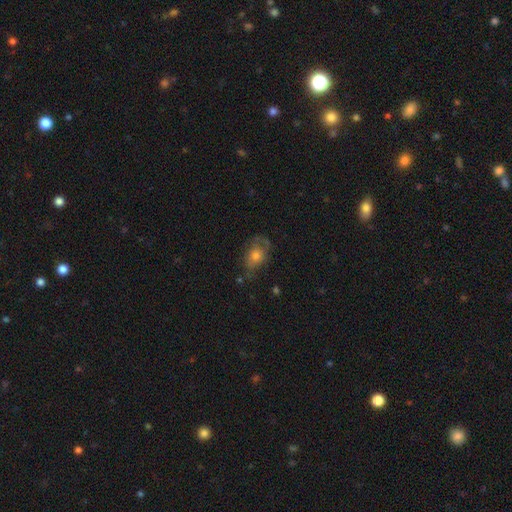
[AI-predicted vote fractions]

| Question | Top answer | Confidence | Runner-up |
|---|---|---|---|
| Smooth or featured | smooth | 55% | featured or disk (35%) |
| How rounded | in between | 72% | round (26%) |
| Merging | none | 51% | minor disturbance (27%) |